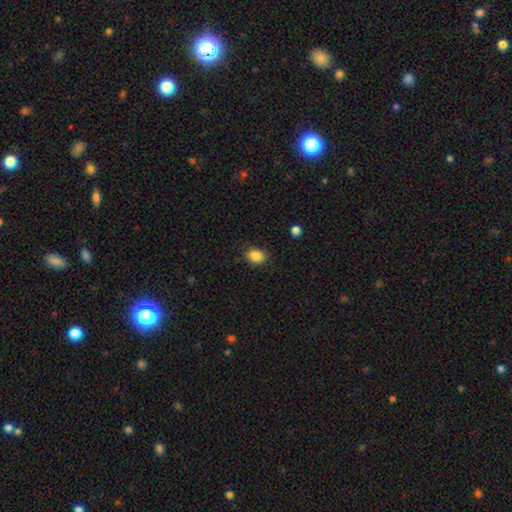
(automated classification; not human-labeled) A smooth galaxy with no disk features (86%) that is in between round and cigar-shaped (69%). Merging: none (85%).